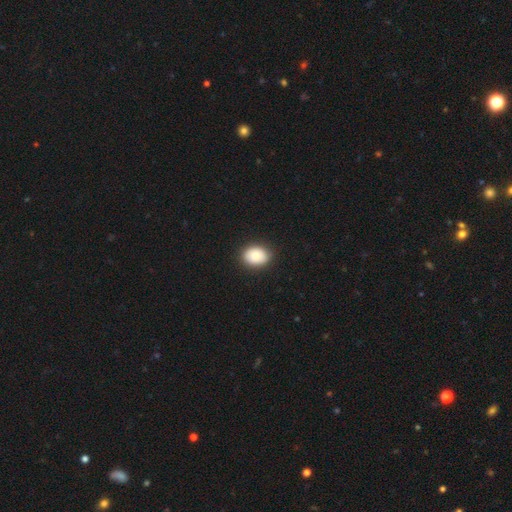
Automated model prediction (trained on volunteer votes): Smooth or featured? smooth (83%)
How rounded? in between (60%)
Merging? none (88%)